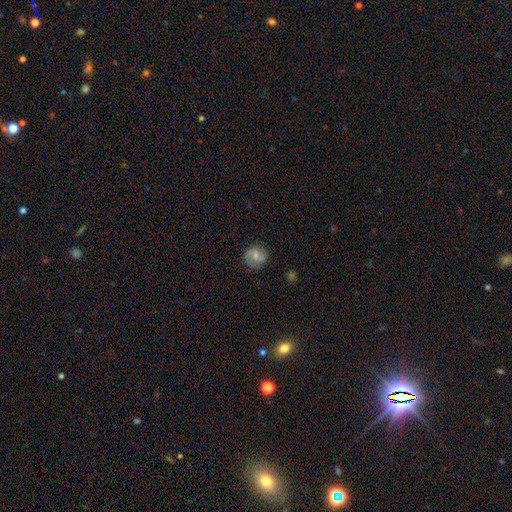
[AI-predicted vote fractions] smooth_or_featured: smooth (p=0.49) [alt: featured or disk p=0.41]
merging: none (p=0.79) [alt: minor disturbance p=0.15]